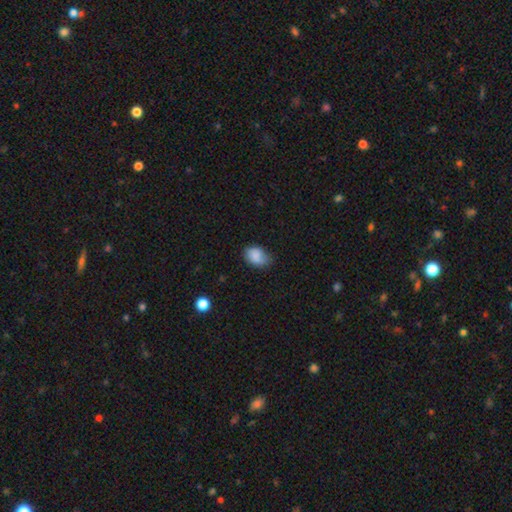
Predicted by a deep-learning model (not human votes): This is clearly a smooth galaxy (84%). How rounded: likely in between (75%). Merging: likely none (60%).